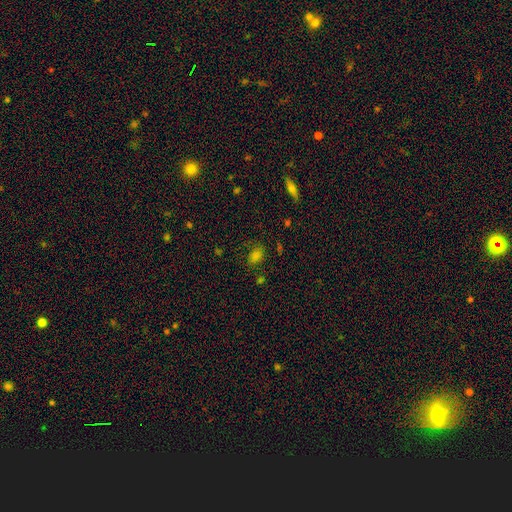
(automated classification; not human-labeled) smooth-or-featured: smooth: 65% | star or artifact: 26% | featured or disk: 10%
  how-rounded: in between: 77% | round: 21% | cigar-shaped: 3%
  merging: none: 69% | minor disturbance: 19% | major disturbance: 8% | merger: 3%